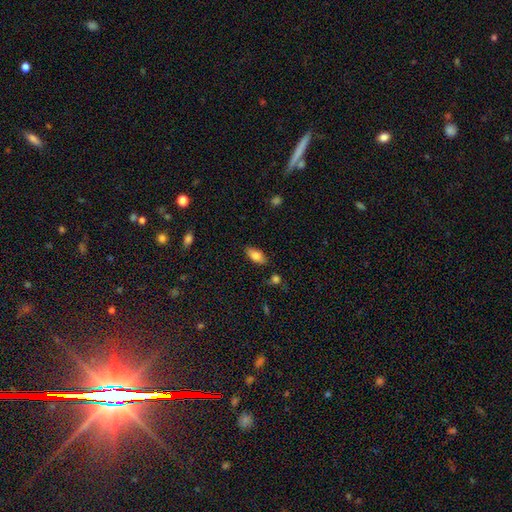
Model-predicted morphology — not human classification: smooth-or-featured: smooth: 81% | featured or disk: 12% | star or artifact: 7%
  how-rounded: in between: 87% | cigar-shaped: 10% | round: 3%
  merging: none: 82% | minor disturbance: 13% | major disturbance: 3% | merger: 2%